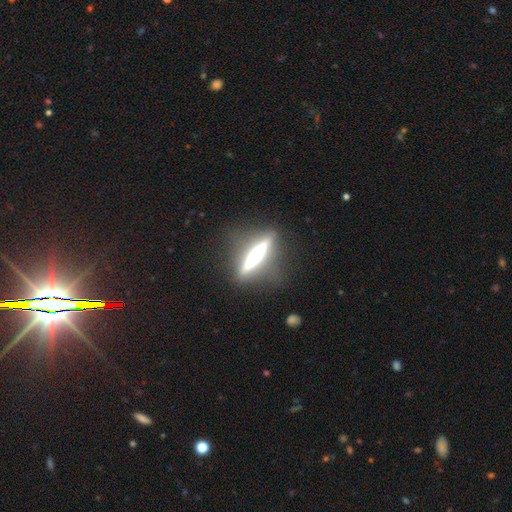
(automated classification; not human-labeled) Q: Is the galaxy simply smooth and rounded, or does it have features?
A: featured or disk — 68%.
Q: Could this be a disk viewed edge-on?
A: yes — 91%.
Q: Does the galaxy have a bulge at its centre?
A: rounded — 42%.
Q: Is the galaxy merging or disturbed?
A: none — 84%.